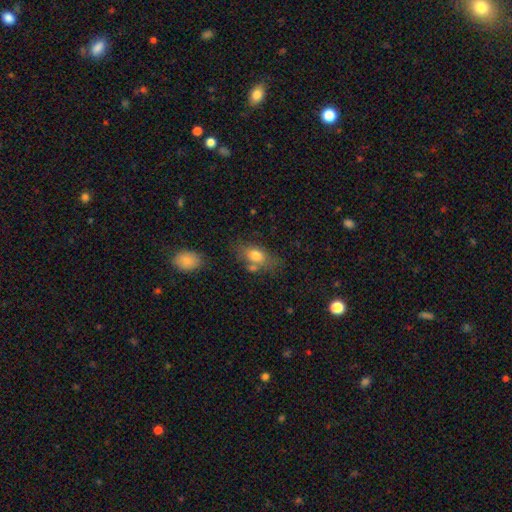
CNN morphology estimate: type=smooth (76%); roundness=in between (80%); merging=none (57%).